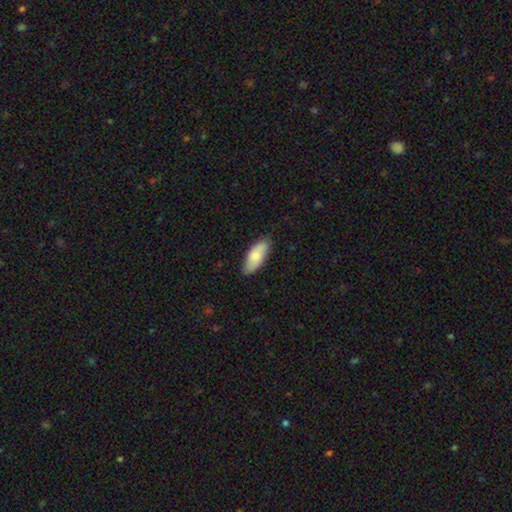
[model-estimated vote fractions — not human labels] A smooth galaxy with no disk features (81%) that is in between round and cigar-shaped (80%).

Vote fractions:
- Smooth or featured? smooth: 81% / featured or disk: 14% / star or artifact: 5%
- How rounded? in between: 80% / cigar-shaped: 18% / round: 2%
- Merging? none: 81% / minor disturbance: 16% / major disturbance: 2% / merger: 1%